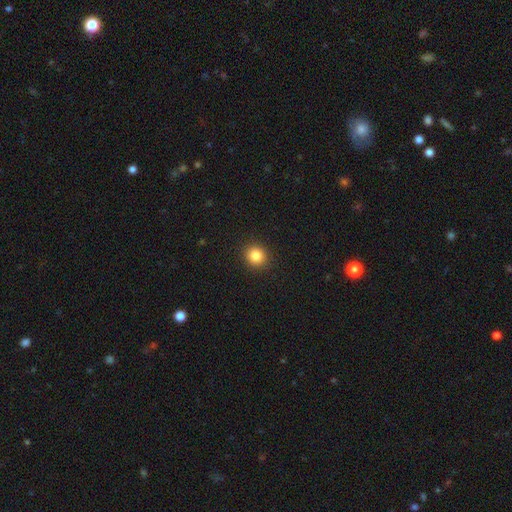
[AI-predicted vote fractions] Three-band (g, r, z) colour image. It shows a smooth galaxy with no disk features (84%) that is round (87%). Merging: none (91%).